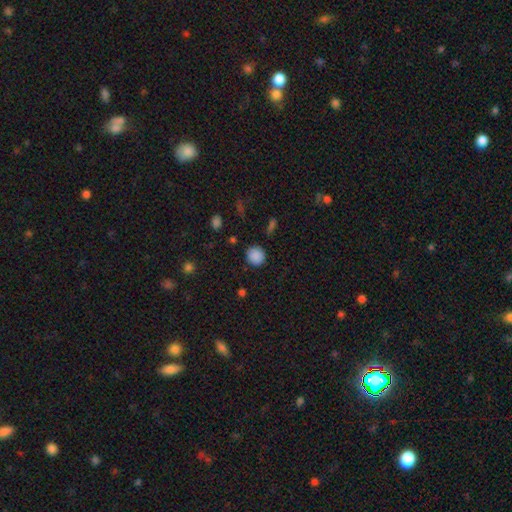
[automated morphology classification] A smooth galaxy with no disk features (86%) that is round (88%).

Vote fractions:
- Smooth or featured? smooth: 86% / star or artifact: 10% / featured or disk: 3%
- How rounded? round: 88% / in between: 11% / cigar-shaped: 1%
- Merging? none: 86% / minor disturbance: 10% / major disturbance: 3% / merger: 2%